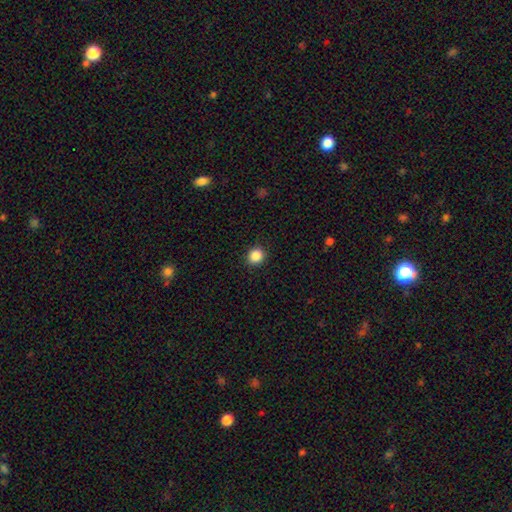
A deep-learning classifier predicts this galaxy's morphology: This appears to be a smooth galaxy with no disk features (87%) that is round (86%). Merging: none (91%).